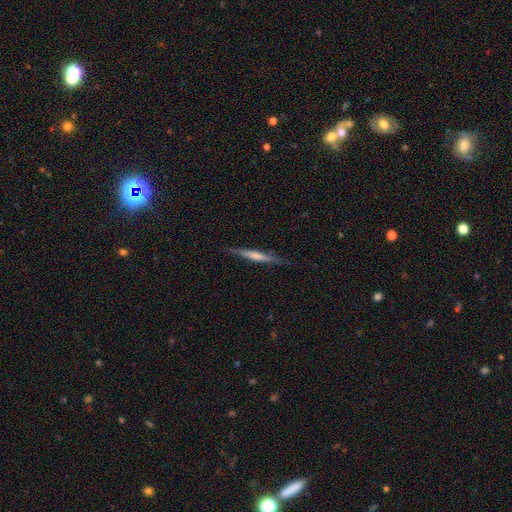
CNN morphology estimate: Smooth or featured? featured or disk (49%)
Merging? none (84%)